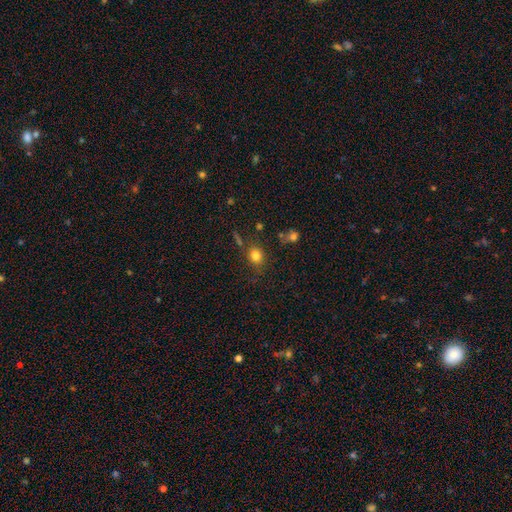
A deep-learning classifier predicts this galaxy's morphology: Smooth or featured? smooth (80%)
How rounded? round (63%)
Merging? none (75%)